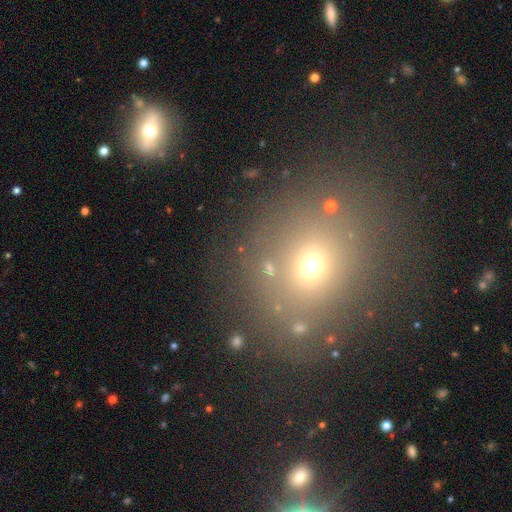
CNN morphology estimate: type=smooth (59%); roundness=round (72%); merging=none (79%).